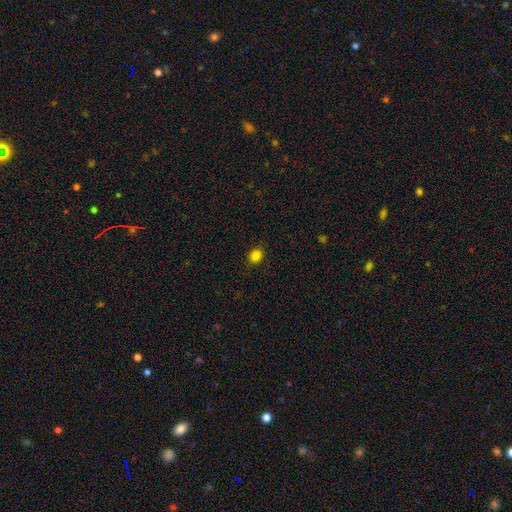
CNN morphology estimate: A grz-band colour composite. It shows a smooth galaxy with no disk features (84%) that is round (66%). Merging: none (89%).